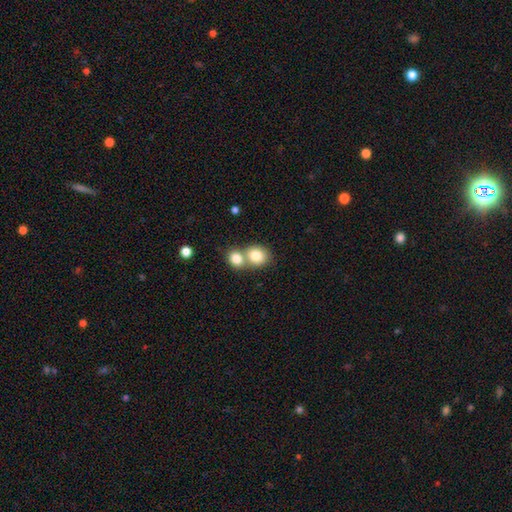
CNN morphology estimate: Smooth or featured?
  - smooth: 81% *
  - featured or disk: 10%
  - star or artifact: 9%
How rounded?
  - round: 70% *
  - in between: 29%
  - cigar-shaped: 1%
Merging?
  - merger: 58% *
  - none: 34%
  - minor disturbance: 6%
  - major disturbance: 2%